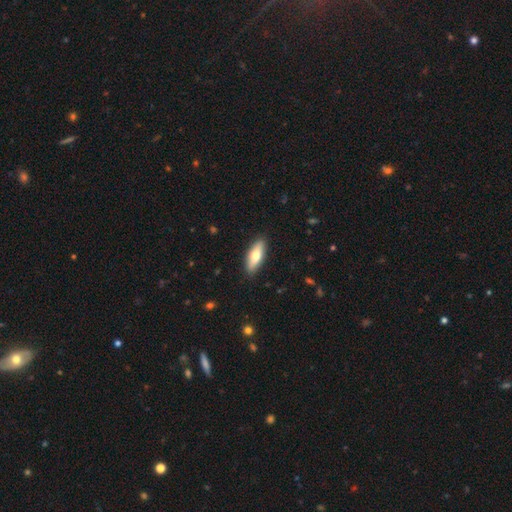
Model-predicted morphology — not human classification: Smooth or featured? smooth (69%)
How rounded? in between (61%)
Merging? none (89%)